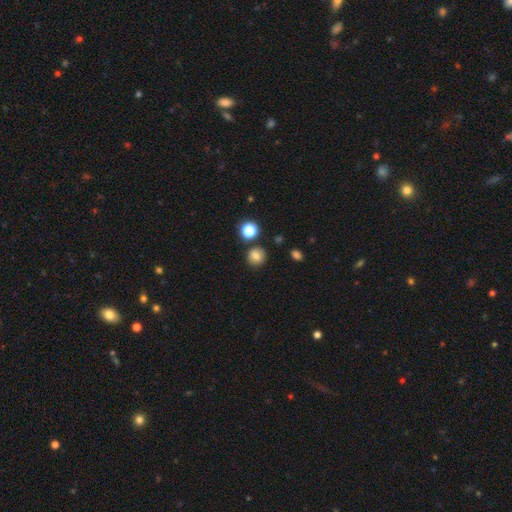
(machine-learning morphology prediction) The model was most divided on "smooth or featured": smooth: 80%, star or artifact: 14%, featured or disk: 6%. More confident: how rounded — round (88%); merging — none (84%).